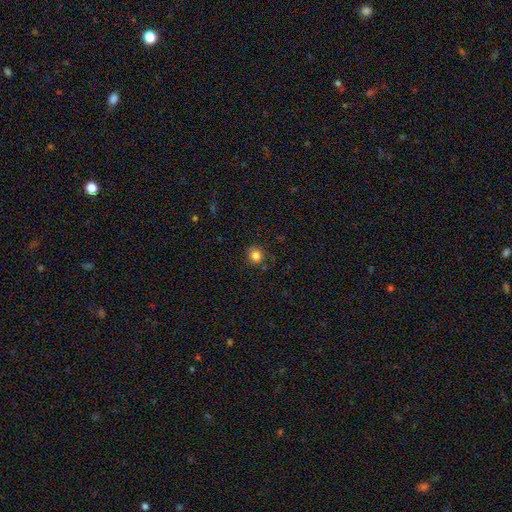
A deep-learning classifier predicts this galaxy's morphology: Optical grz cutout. It shows a smooth galaxy with no disk features (83%) that is round (88%). Merging: none (81%).